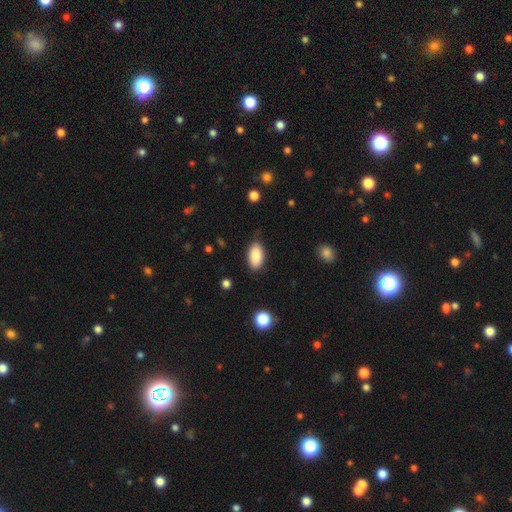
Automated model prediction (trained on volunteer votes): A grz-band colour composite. It shows a smooth galaxy with no disk features (87%) that is in between round and cigar-shaped (94%). Merging: none (81%).